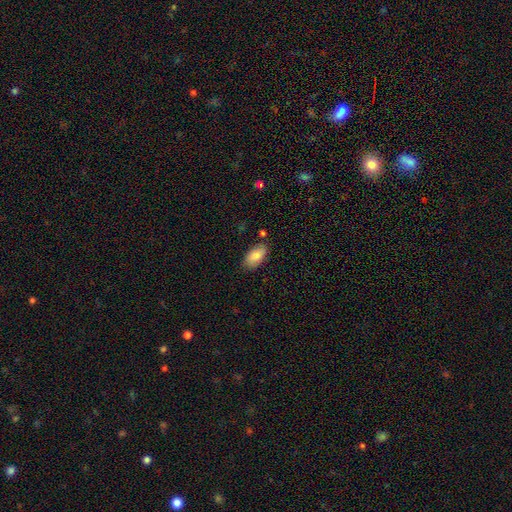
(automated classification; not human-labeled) A smooth galaxy with no disk features (84%) that is in between round and cigar-shaped (94%).

Vote fractions:
- Smooth or featured? smooth: 84% / featured or disk: 10% / star or artifact: 7%
- How rounded? in between: 94% / cigar-shaped: 3% / round: 3%
- Merging? none: 79% / minor disturbance: 15% / merger: 3% / major disturbance: 3%